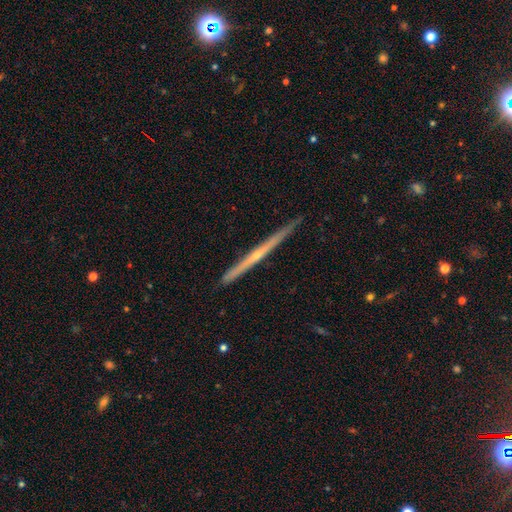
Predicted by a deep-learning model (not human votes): This is likely a featured or disk galaxy (75%). It is clearly viewed edge-on (98%). Edge-on bulge: possibly rounded (49%). Merging: clearly none (90%).